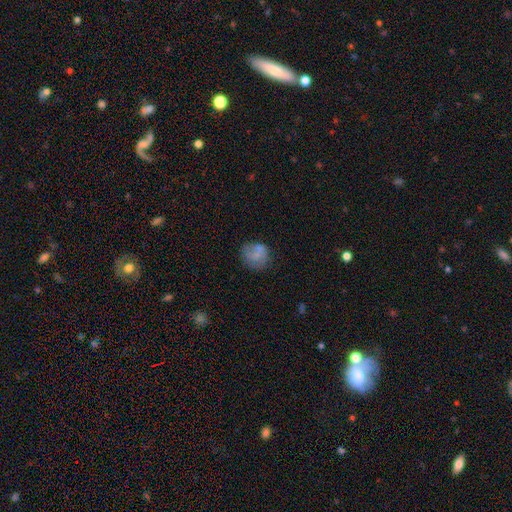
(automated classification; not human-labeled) smooth_or_featured: smooth (p=0.68) [alt: featured or disk p=0.21]
how_rounded: round (p=0.76) [alt: in between p=0.23]
merging: none (p=0.61) [alt: minor disturbance p=0.22]